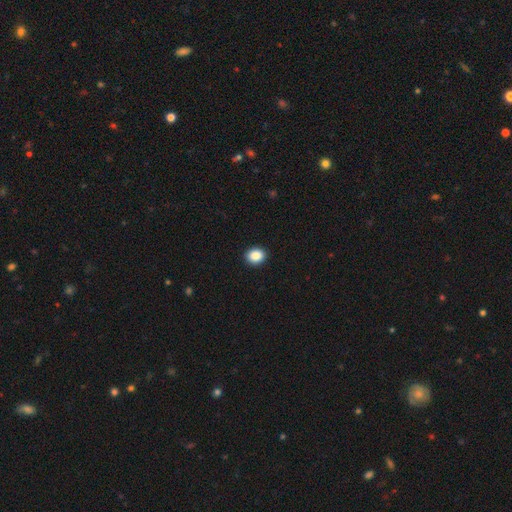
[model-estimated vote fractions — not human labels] Smooth or featured: smooth — 88% (star or artifact — 9%)
How rounded: round — 53% (in between — 46%)
Merging: none — 92% (minor disturbance — 6%)